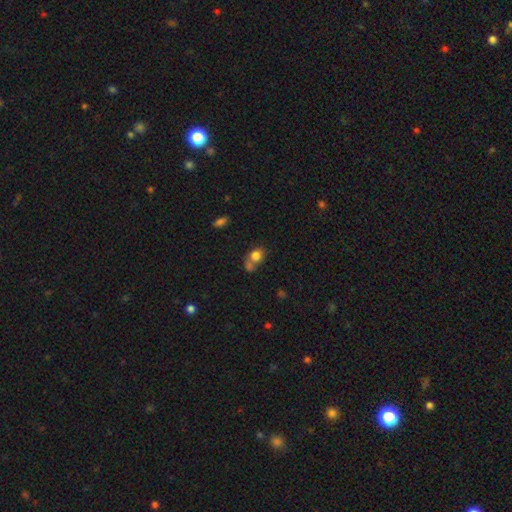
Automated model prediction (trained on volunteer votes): This is likely a smooth galaxy (78%). How rounded: likely round (63%). Merging: marginally merger (45%).